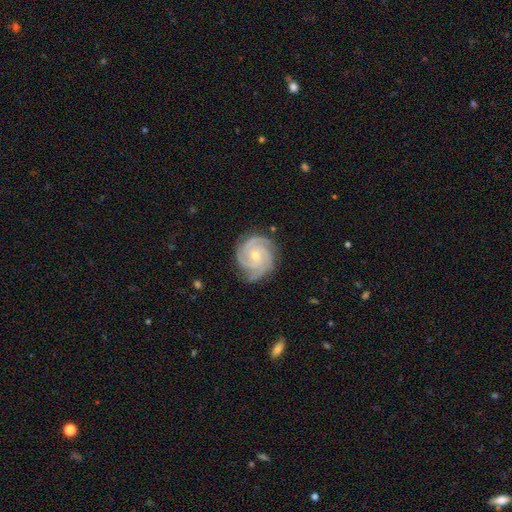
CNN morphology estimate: A featured or disk galaxy (92%) with no bar (70%), 3 (57%) tight (74%) spiral arms (99%) and a small central bulge (59%). Merging: none (82%).